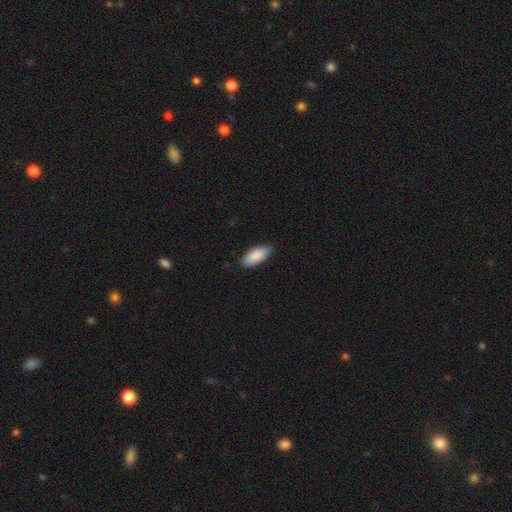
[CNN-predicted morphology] A smooth galaxy with no disk features (89%) that is in between round and cigar-shaped (88%). Merging: none (81%).